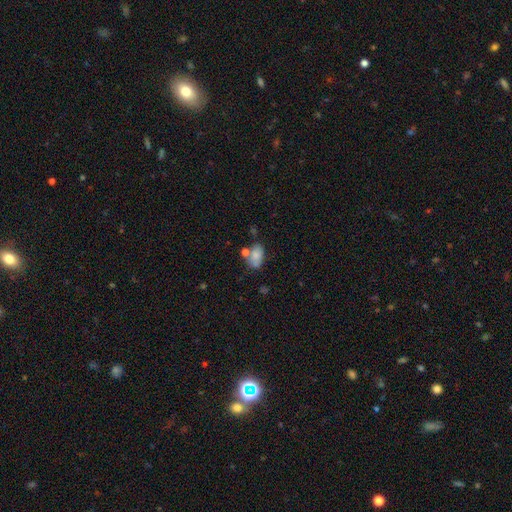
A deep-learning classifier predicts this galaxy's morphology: smooth 76%, featured or disk 15%, star or artifact 10%. Down the decision tree: how rounded — in between (88%); merging — none (48%).